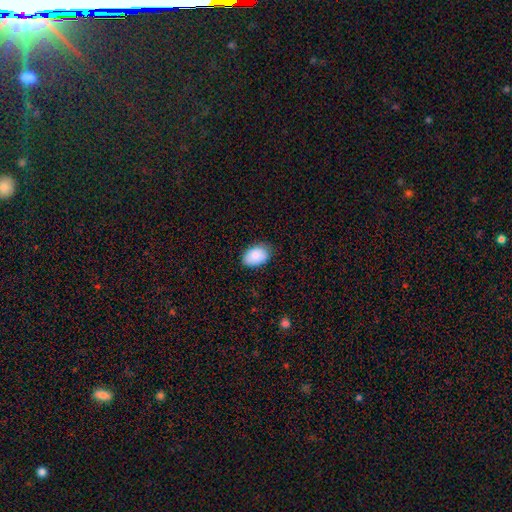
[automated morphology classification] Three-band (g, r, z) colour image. It shows a smooth galaxy with no disk features (88%) that is in between round and cigar-shaped (87%). Merging: none (80%).